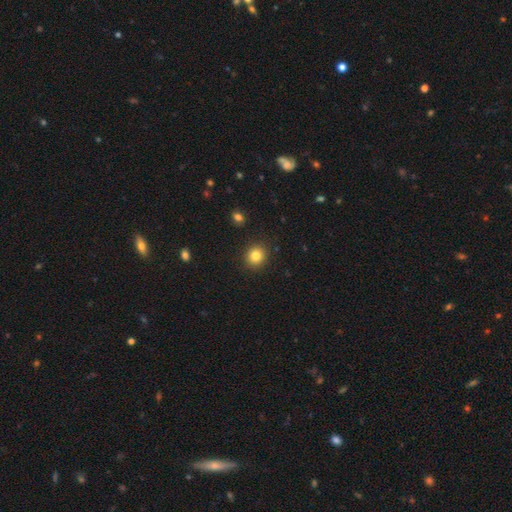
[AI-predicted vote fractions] Q: Smooth or featured?
A: smooth (82%); runner-up: star or artifact (11%)
Q: How rounded?
A: round (85%); runner-up: in between (14%)
Q: Merging?
A: none (91%); runner-up: minor disturbance (6%)